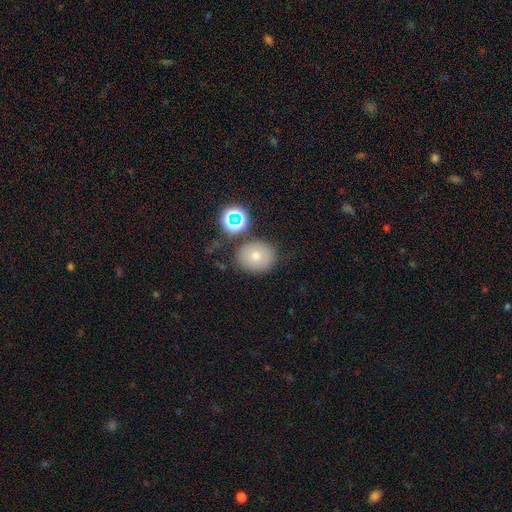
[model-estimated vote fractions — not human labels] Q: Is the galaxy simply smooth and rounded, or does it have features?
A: smooth — 71%.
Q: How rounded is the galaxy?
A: round — 67%.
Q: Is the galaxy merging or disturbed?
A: none — 77%.